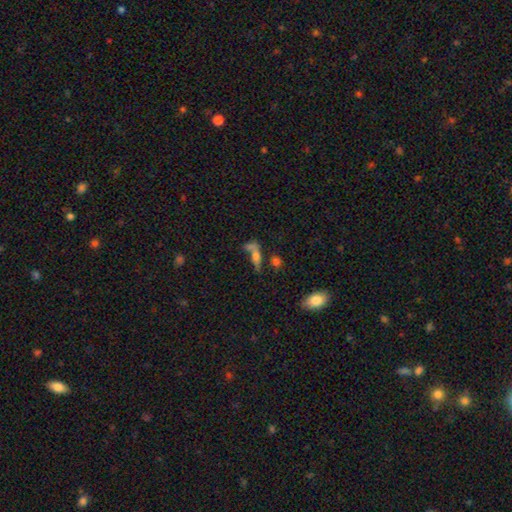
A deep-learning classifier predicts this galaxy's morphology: Smooth or featured?
  - smooth: 51% *
  - featured or disk: 32%
  - star or artifact: 16%
How rounded?
  - cigar-shaped: 48% *
  - in between: 42%
  - round: 10%
Merging?
  - none: 38% *
  - merger: 33%
  - minor disturbance: 14%
  - major disturbance: 14%